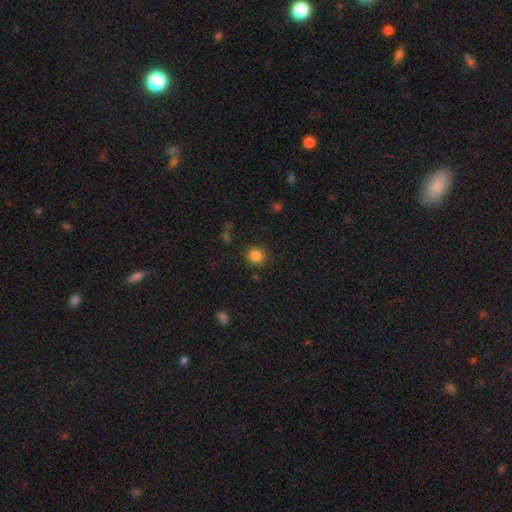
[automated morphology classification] The model was most divided on "smooth or featured": smooth: 84%, star or artifact: 11%, featured or disk: 4%. More confident: how rounded — round (92%); merging — none (87%).